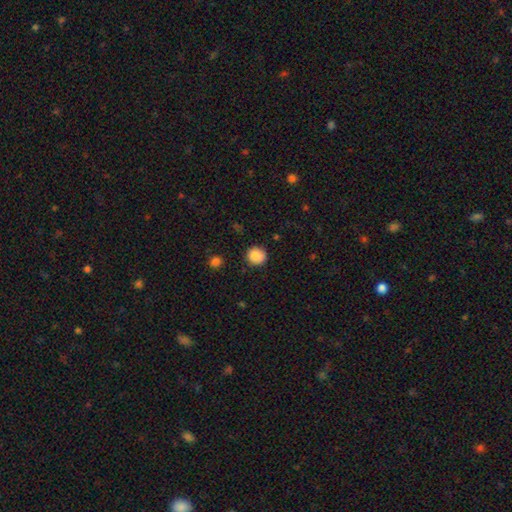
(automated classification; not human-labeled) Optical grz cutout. It shows a smooth galaxy with no disk features (85%) that is round (91%). Merging: none (84%).